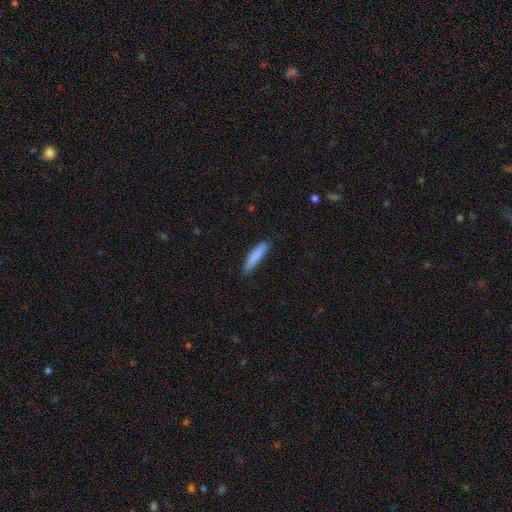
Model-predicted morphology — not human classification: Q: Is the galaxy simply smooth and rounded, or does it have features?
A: smooth — 85%.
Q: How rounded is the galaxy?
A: cigar-shaped — 84%.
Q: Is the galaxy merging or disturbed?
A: none — 82%.